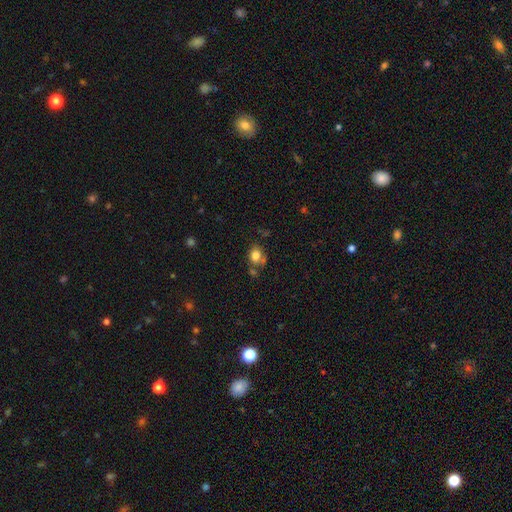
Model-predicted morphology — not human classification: type=smooth (79%); roundness=round (58%); merging=none (59%).